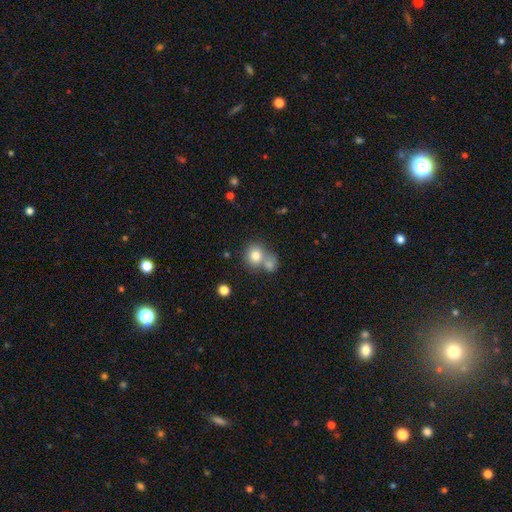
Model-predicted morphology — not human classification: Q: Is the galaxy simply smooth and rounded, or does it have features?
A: smooth — 77%.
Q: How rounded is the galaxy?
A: round — 77%.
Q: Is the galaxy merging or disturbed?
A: merger — 45%.